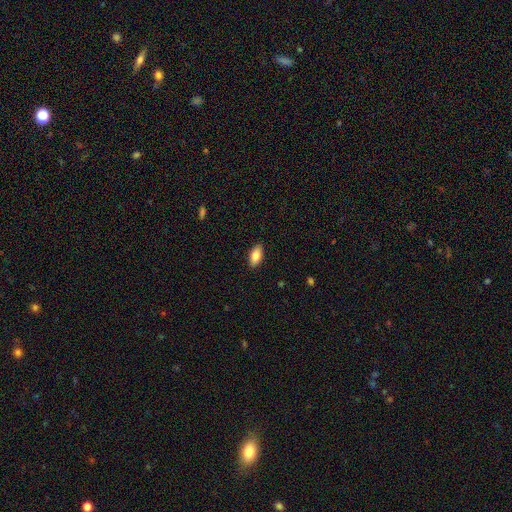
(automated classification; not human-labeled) Morphology: type=smooth (85%); roundness=in between (91%); merging=none (89%).